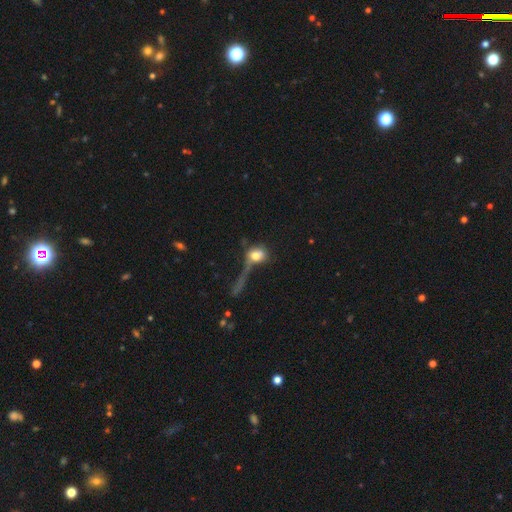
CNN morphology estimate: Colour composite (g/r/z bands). It shows a smooth galaxy with no disk features (68%) that is round (48%). Merging: major disturbance (45%).